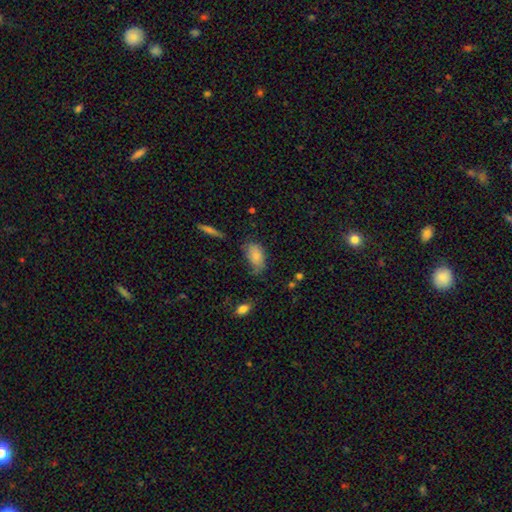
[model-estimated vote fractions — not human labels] smooth_or_featured: smooth (p=0.80) [alt: featured or disk p=0.12]
how_rounded: in between (p=0.91) [alt: round p=0.05]
merging: none (p=0.45) [alt: minor disturbance p=0.36]